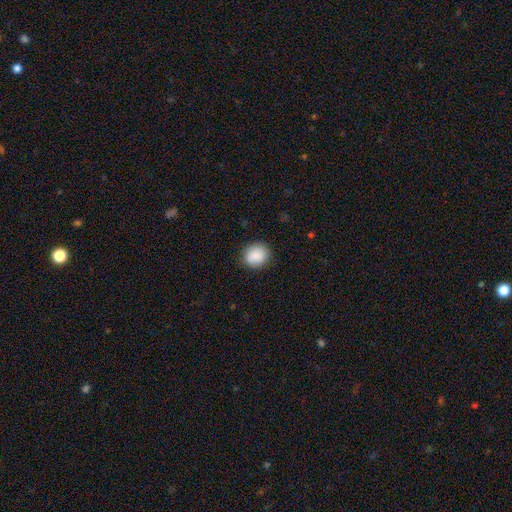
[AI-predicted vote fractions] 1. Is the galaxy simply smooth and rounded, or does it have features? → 87% smooth, 7% star or artifact, 6% featured or disk.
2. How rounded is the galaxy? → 78% round, 21% in between, 1% cigar-shaped.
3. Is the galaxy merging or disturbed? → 86% none, 11% minor disturbance, 3% major disturbance, 1% merger.